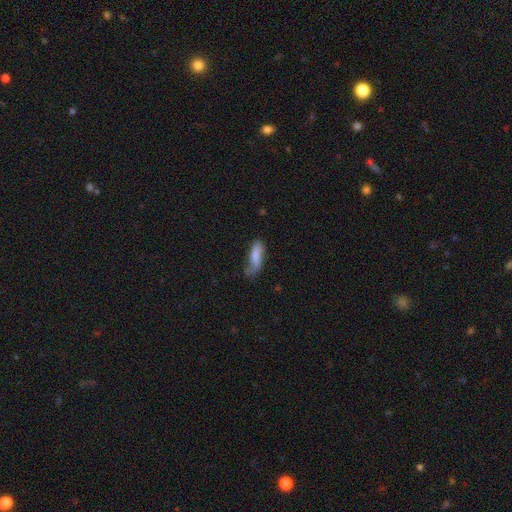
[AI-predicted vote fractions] The model was most divided on "how rounded": in between: 51%, cigar-shaped: 47%, round: 2%. Remaining: smooth or featured — smooth (72%); merging — none (44%).